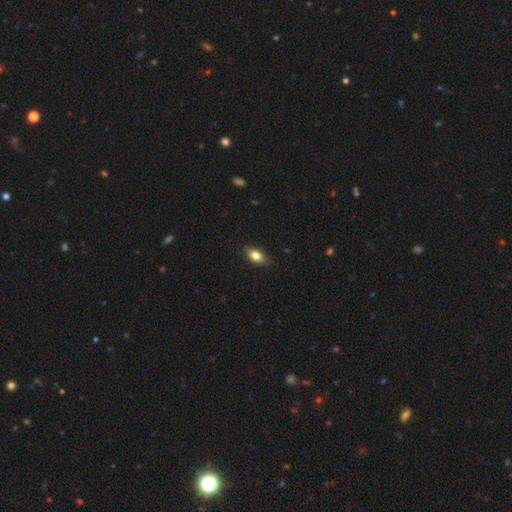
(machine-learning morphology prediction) Q: Smooth or featured?
A: smooth (78%); runner-up: featured or disk (15%)
Q: How rounded?
A: in between (86%); runner-up: cigar-shaped (8%)
Q: Merging?
A: none (87%); runner-up: minor disturbance (10%)